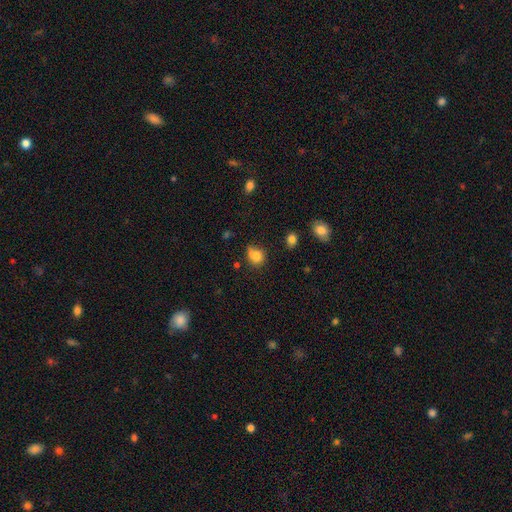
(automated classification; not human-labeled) Q: Smooth or featured?
A: smooth (78%); runner-up: star or artifact (12%)
Q: How rounded?
A: round (66%); runner-up: in between (32%)
Q: Merging?
A: none (44%); runner-up: minor disturbance (24%)